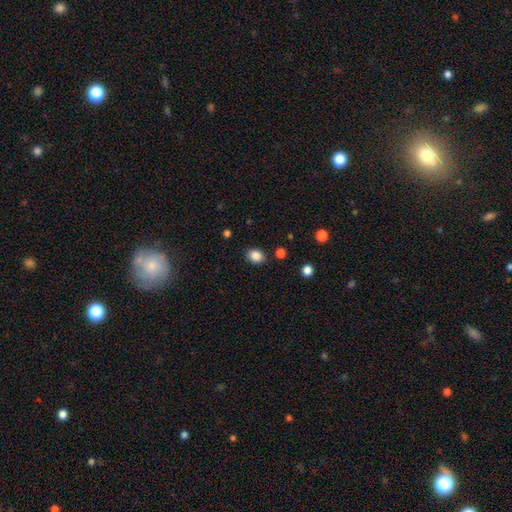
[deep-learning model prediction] A smooth galaxy with no disk features (85%) that is round (50%). Merging: none (86%).